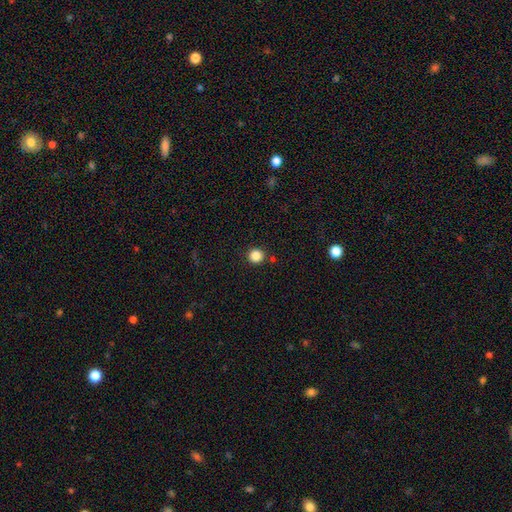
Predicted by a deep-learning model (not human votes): Smooth or featured: smooth — 85% (star or artifact — 12%)
How rounded: round — 94% (in between — 5%)
Merging: none — 88% (minor disturbance — 6%)